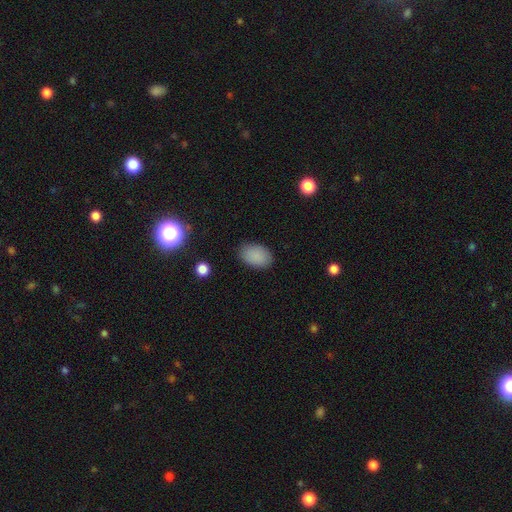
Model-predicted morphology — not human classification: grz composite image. It shows a smooth galaxy with no disk features (87%) that is in between round and cigar-shaped (88%). Merging: none (84%).